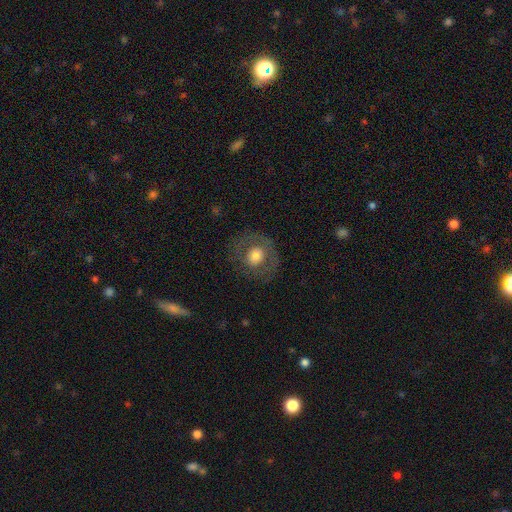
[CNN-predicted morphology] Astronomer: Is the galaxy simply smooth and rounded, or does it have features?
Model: smooth — 58% (runner-up: featured or disk, 34%).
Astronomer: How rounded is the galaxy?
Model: round — 82%.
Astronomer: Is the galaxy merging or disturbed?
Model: none — 75%.